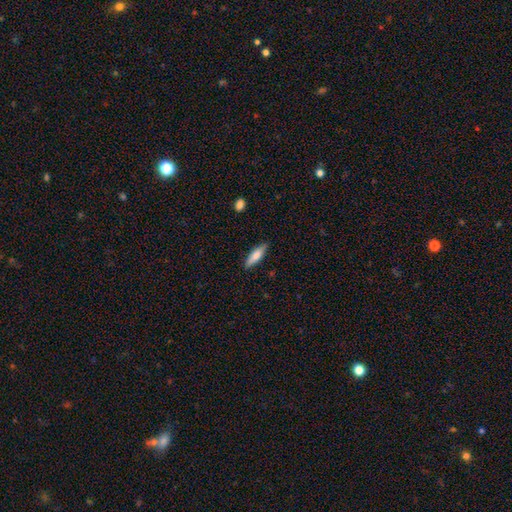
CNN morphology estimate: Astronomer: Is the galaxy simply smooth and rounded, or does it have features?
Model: smooth — 72%.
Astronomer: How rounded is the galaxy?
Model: cigar-shaped — 64%.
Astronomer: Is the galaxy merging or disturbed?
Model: none — 87%.